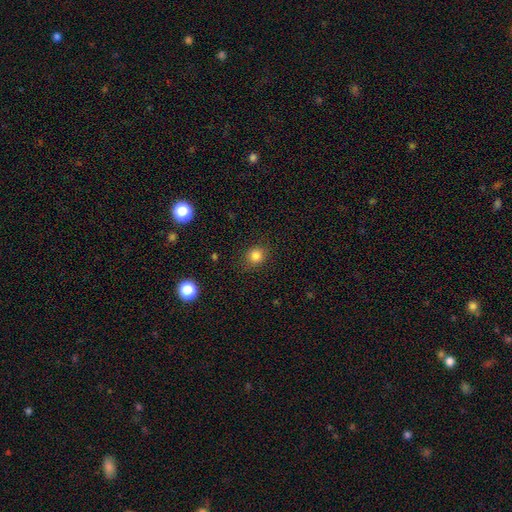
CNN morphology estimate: A smooth galaxy with no disk features (82%) that is round (79%). Merging: none (86%).